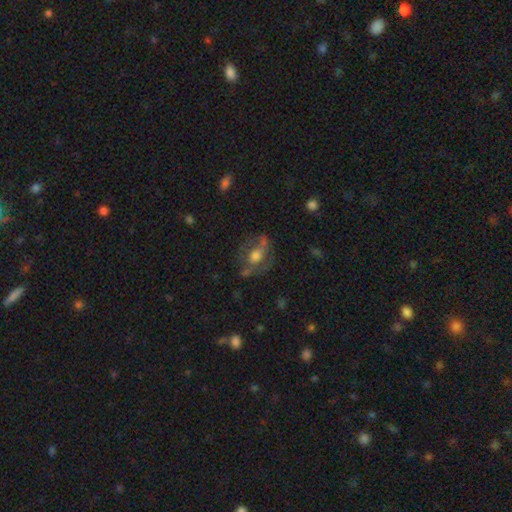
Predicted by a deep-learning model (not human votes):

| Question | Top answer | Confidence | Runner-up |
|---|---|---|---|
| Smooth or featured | featured or disk | 50% | smooth (39%) |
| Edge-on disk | no | 93% | yes (7%) |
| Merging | none | 50% | minor disturbance (23%) |